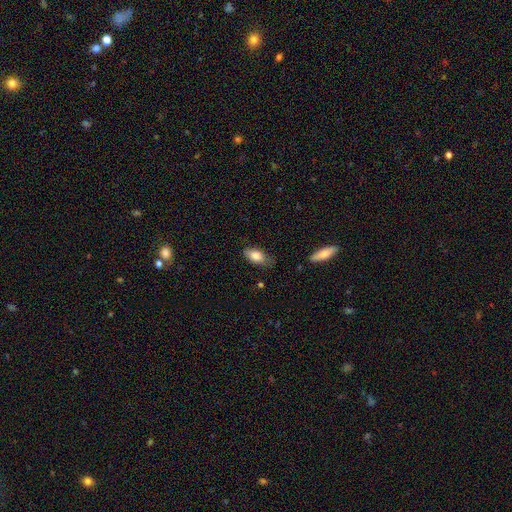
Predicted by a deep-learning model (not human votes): This is clearly a smooth galaxy (82%). How rounded: clearly in between (90%). Merging: likely none (64%).